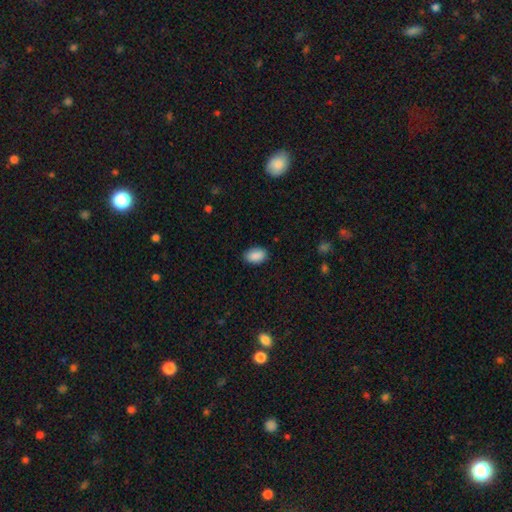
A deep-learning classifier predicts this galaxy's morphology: Smooth or featured? smooth (90%)
How rounded? in between (91%)
Merging? none (87%)